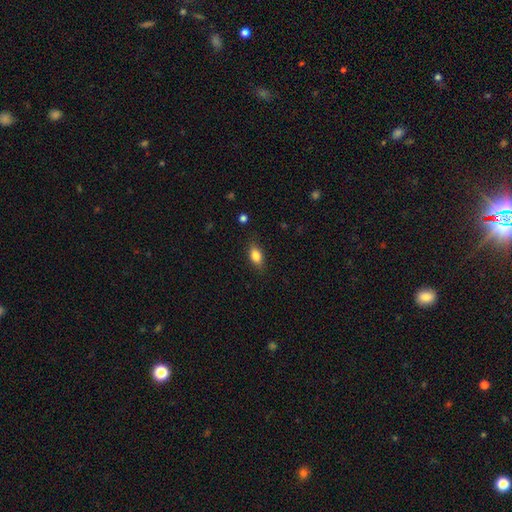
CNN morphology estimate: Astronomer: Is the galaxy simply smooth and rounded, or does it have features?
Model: smooth — 81%.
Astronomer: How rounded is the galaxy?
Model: in between — 84%.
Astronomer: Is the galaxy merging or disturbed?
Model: none — 83%.